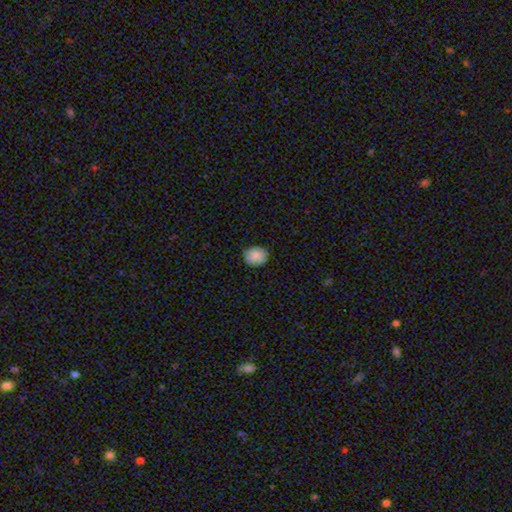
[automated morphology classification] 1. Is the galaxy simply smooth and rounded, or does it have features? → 83% smooth, 9% featured or disk, 8% star or artifact.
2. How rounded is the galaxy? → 76% round, 23% in between, 1% cigar-shaped.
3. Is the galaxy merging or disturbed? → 80% none, 17% minor disturbance, 2% major disturbance, 1% merger.